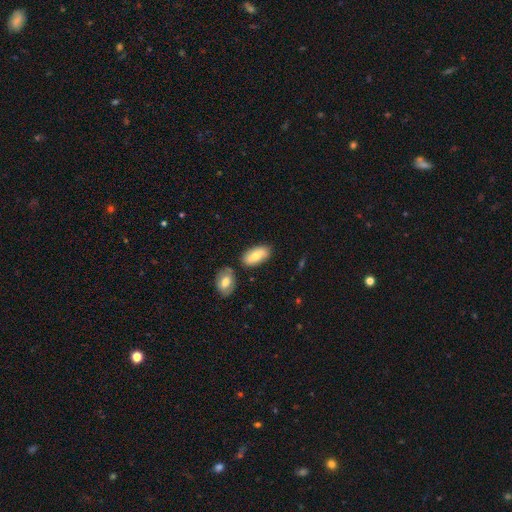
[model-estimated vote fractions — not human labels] A smooth galaxy with no disk features (74%) that is in between round and cigar-shaped (91%). Merging: none (76%).